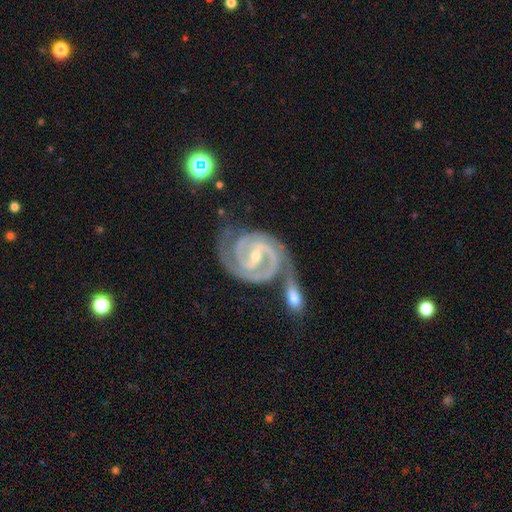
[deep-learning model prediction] featured or disk 93%, star or artifact 4%, smooth 3%. Down the decision tree: edge-on disk — no (98%); bar — strong (43%); spiral arms — yes (99%); spiral arm count — 2 (84%); spiral winding — tight (62%); bulge size — small (62%); merging — none (49%).